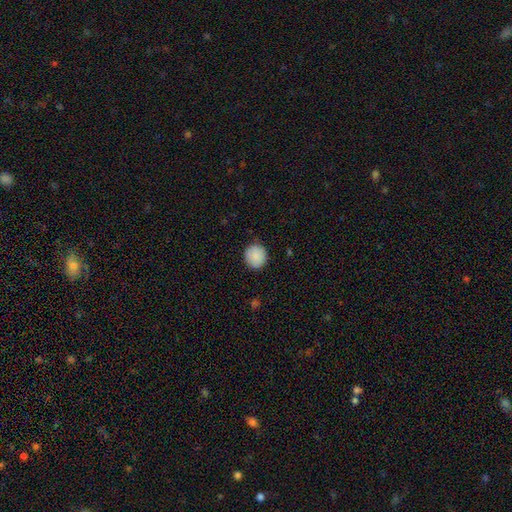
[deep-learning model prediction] A smooth galaxy with no disk features (89%) that is round (89%). Merging: none (88%).